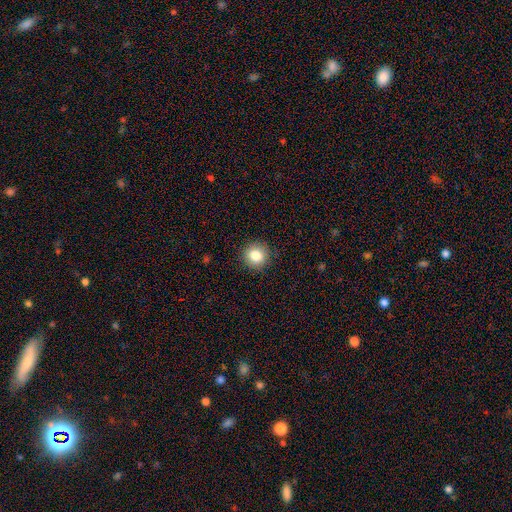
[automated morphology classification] This appears to be a smooth galaxy with no disk features (84%) that is round (92%). Merging: none (91%).